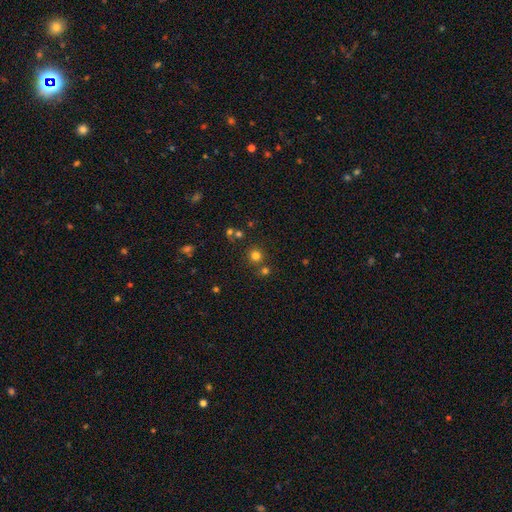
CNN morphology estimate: type=smooth (75%); roundness=round (93%); merging=none (76%).